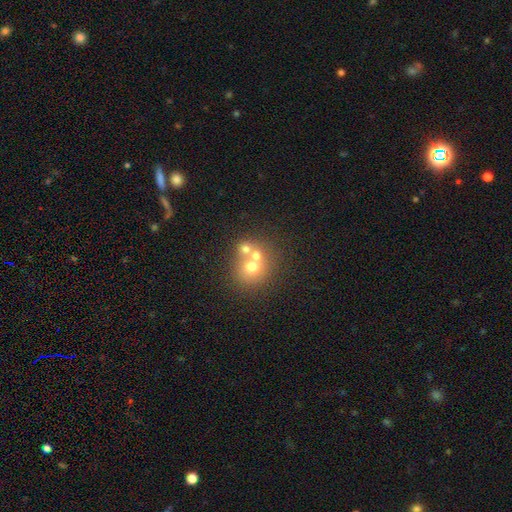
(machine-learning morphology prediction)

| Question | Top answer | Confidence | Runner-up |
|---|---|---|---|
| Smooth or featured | smooth | 60% | featured or disk (26%) |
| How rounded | round | 80% | in between (19%) |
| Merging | merger | 55% | none (35%) |